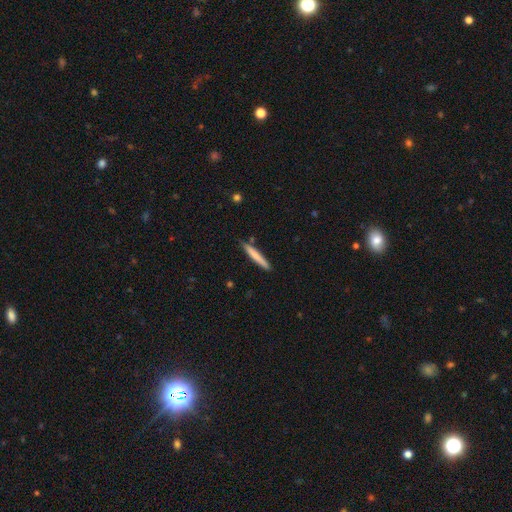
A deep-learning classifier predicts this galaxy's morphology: Q: Smooth or featured?
A: smooth (73%); runner-up: featured or disk (21%)
Q: How rounded?
A: cigar-shaped (95%); runner-up: in between (4%)
Q: Merging?
A: none (84%); runner-up: minor disturbance (12%)